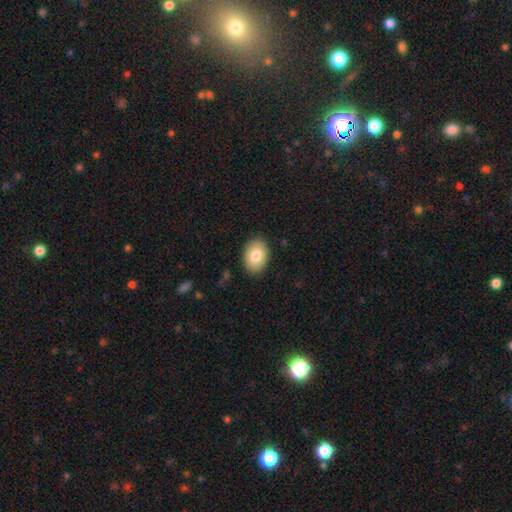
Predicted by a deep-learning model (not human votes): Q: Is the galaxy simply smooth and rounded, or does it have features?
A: smooth — 83%.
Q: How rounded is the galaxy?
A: in between — 81%.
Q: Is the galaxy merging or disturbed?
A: none — 88%.